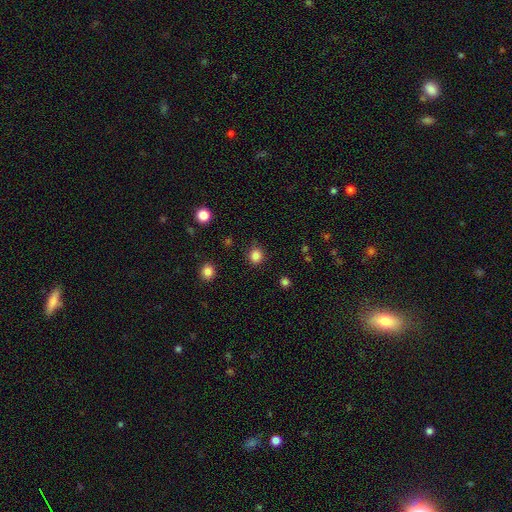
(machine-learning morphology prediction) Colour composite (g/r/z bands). It shows a smooth galaxy with no disk features (85%) that is round (86%). Merging: none (86%).